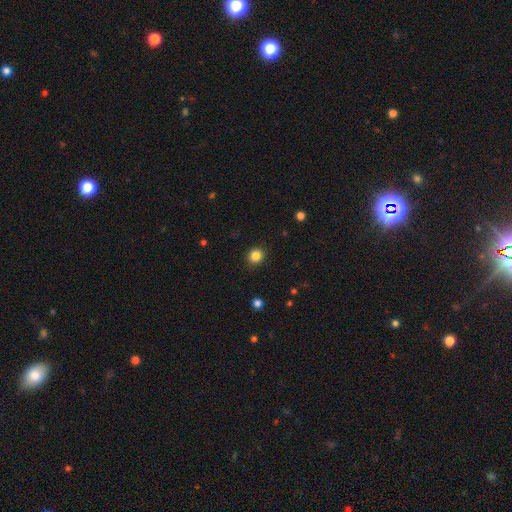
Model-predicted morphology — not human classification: Overall: smooth (84%). How rounded: round (83%). Merging: none (90%).